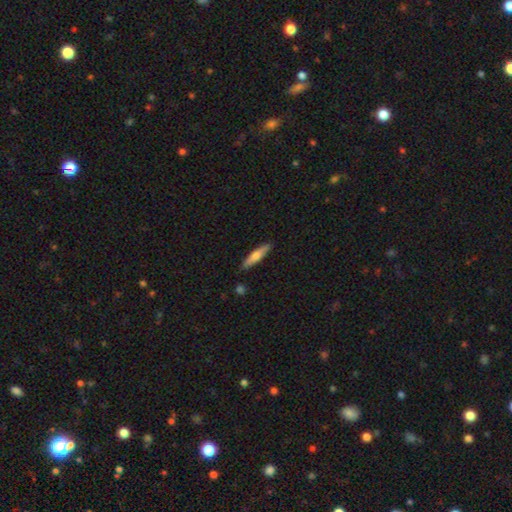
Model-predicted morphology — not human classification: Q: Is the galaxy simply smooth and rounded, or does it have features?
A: smooth — 63%.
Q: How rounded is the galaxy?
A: cigar-shaped — 84%.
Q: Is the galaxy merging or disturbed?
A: none — 87%.